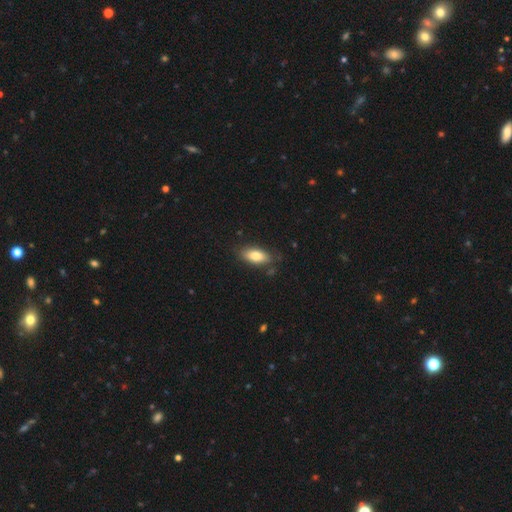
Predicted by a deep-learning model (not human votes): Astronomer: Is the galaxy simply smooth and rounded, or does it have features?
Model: smooth — 82%.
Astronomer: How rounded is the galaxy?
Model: in between — 85%.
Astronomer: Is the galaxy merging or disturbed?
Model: none — 80%.